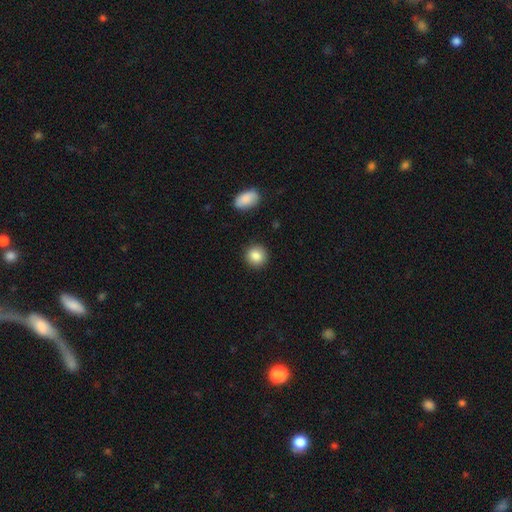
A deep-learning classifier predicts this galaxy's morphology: The model was most divided on "how rounded": round: 88%, in between: 11%, cigar-shaped: 1%. More confident: merging — none (90%); smooth or featured — smooth (87%).